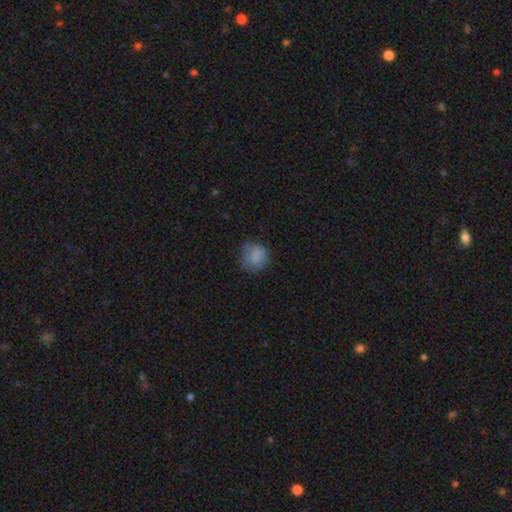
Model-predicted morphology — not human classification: smooth 78%, featured or disk 13%, star or artifact 9%. Down the decision tree: how rounded — round (83%); merging — none (60%).